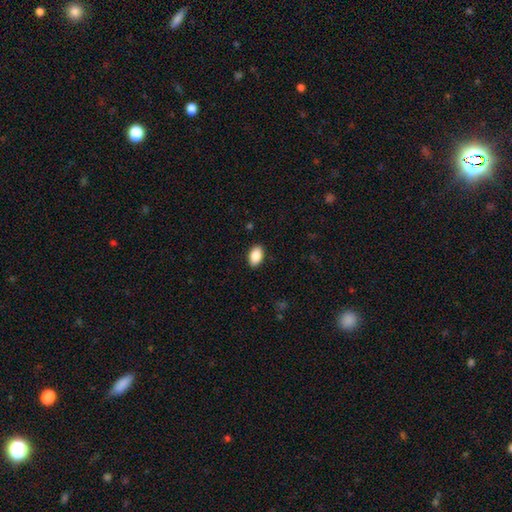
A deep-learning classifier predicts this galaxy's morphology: Smooth or featured? smooth (88%)
How rounded? in between (92%)
Merging? none (89%)